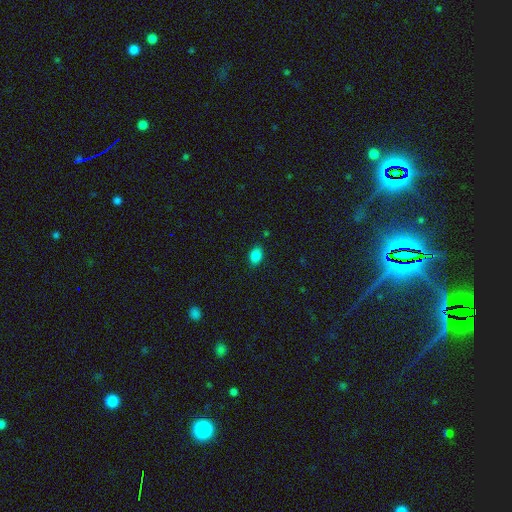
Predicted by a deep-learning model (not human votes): Morphology: type=smooth (86%); roundness=in between (84%); merging=none (86%).